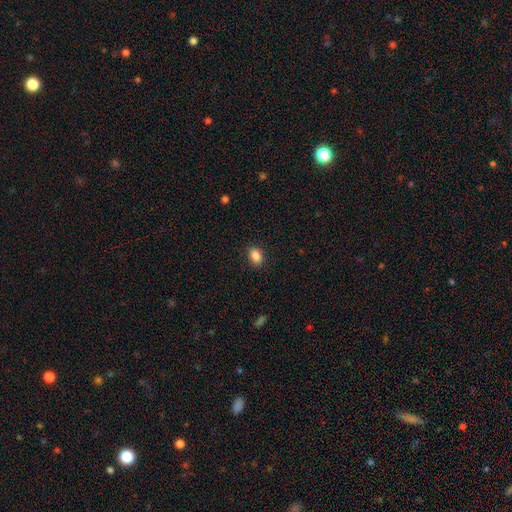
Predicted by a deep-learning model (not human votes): smooth_or_featured: smooth (p=0.88) [alt: star or artifact p=0.09]
how_rounded: in between (p=0.82) [alt: round p=0.17]
merging: none (p=0.87) [alt: minor disturbance p=0.09]